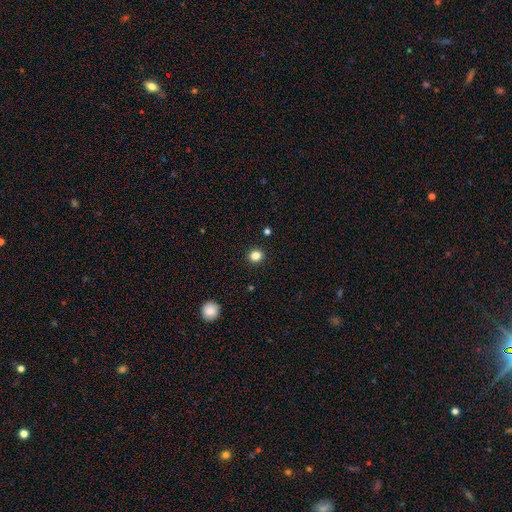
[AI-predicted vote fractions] Smooth or featured: smooth — 83% (star or artifact — 13%)
How rounded: round — 89% (in between — 10%)
Merging: none — 92% (minor disturbance — 5%)